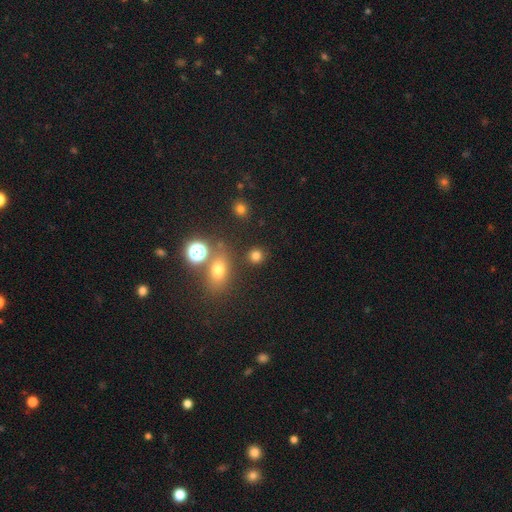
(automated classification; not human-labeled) Q: Smooth or featured?
A: smooth (75%); runner-up: star or artifact (19%)
Q: How rounded?
A: round (86%); runner-up: in between (13%)
Q: Merging?
A: none (83%); runner-up: minor disturbance (8%)